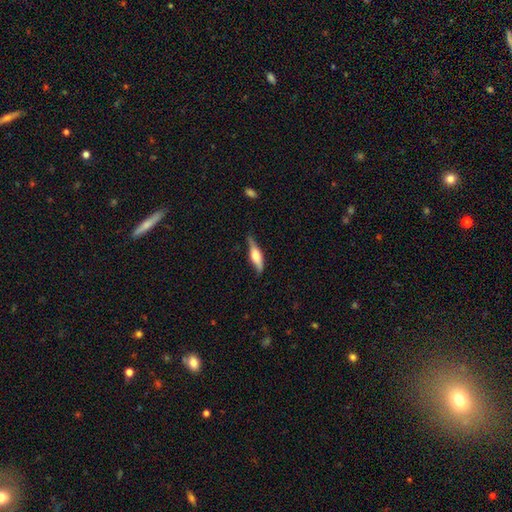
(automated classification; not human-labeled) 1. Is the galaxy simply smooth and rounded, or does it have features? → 55% featured or disk, 39% smooth, 6% star or artifact.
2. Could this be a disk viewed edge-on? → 94% yes, 6% no.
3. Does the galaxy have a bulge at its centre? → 81% rounded, 16% boxy, 3% none.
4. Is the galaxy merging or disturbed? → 71% none, 22% minor disturbance, 5% major disturbance, 2% merger.